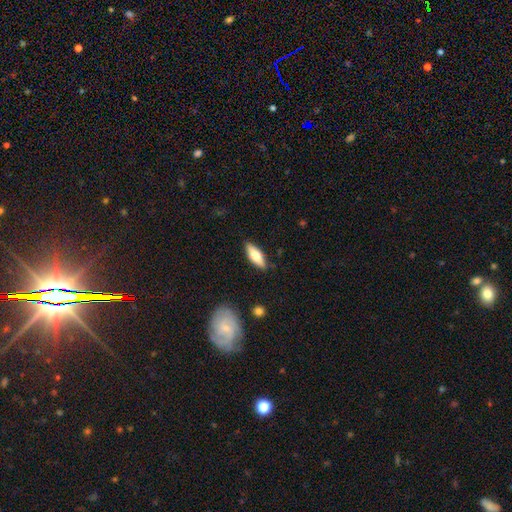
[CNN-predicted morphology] This is likely a smooth galaxy (61%). How rounded: possibly in between (57%). Merging: clearly none (86%).